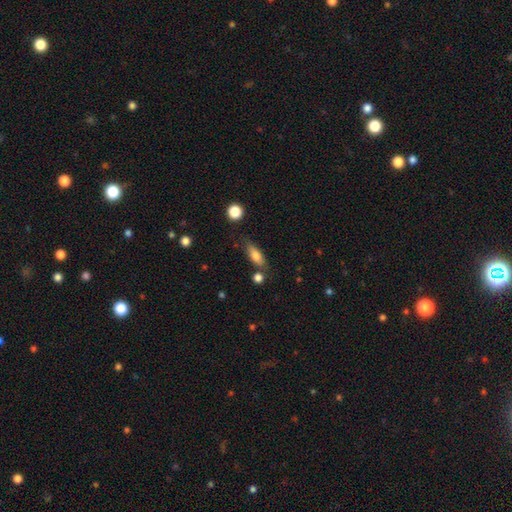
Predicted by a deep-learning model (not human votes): The model was most divided on "how rounded": in between: 70%, cigar-shaped: 25%, round: 5%. More confident: smooth or featured — smooth (76%); merging — none (69%).